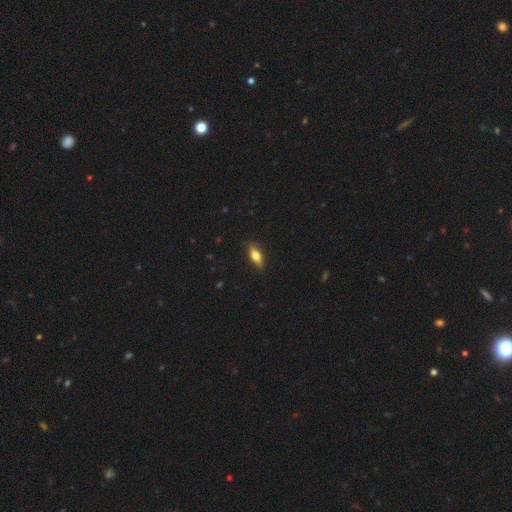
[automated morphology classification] This is likely a smooth galaxy (72%). How rounded: likely in between (76%). Merging: clearly none (84%).